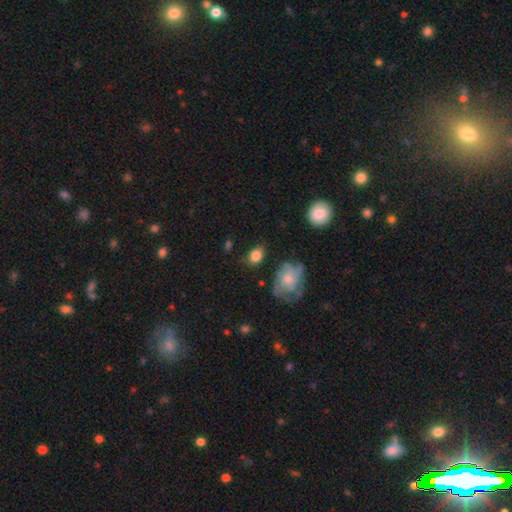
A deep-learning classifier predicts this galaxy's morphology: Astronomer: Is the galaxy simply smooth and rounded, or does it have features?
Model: smooth — 80%.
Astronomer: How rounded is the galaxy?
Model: in between — 63%.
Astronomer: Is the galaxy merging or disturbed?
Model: none — 66%.